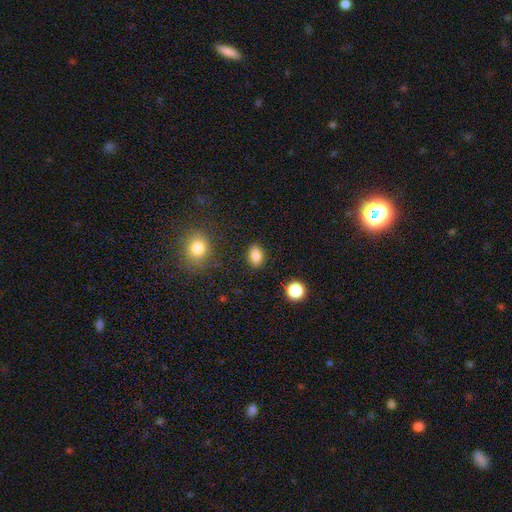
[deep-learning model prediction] smooth 85%, star or artifact 10%, featured or disk 5%. Down the decision tree: how rounded — in between (76%); merging — none (87%).